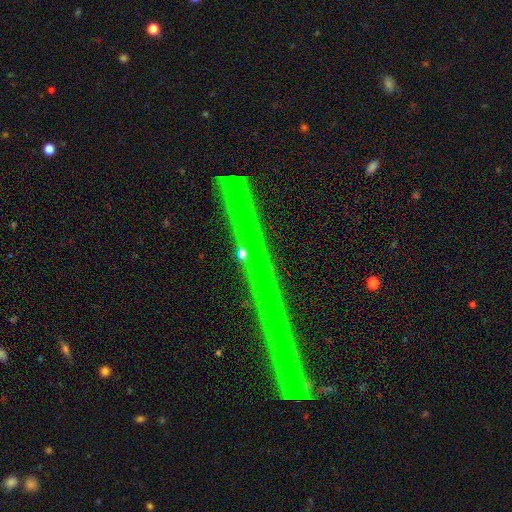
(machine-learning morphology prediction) This is possibly a star or artifact rather than a galaxy (55%).